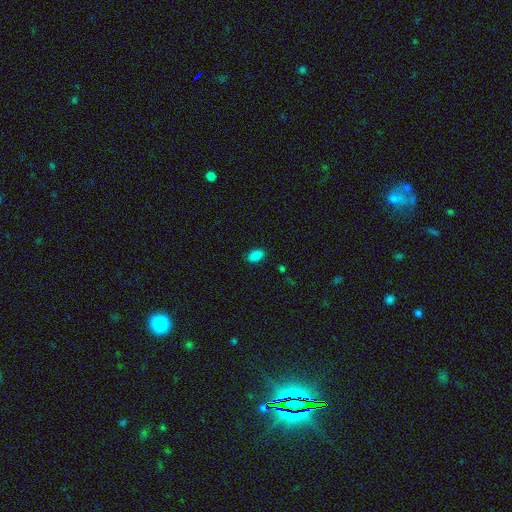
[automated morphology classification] The model was most divided on "smooth or featured": smooth: 87%, star or artifact: 10%, featured or disk: 3%. More confident: how rounded — in between (91%); merging — none (88%).